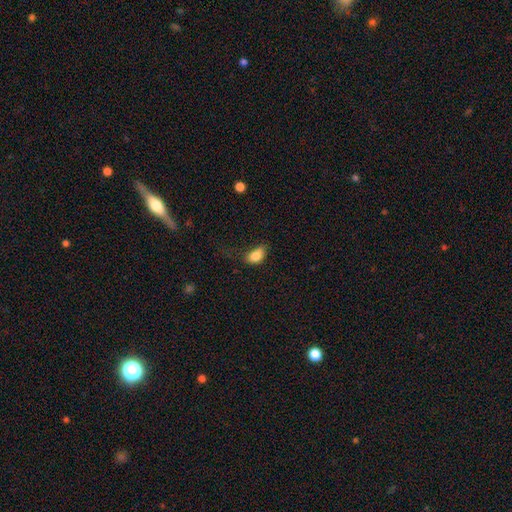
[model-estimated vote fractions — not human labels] Smooth or featured? Predicted: smooth (p=0.83). How rounded? Predicted: in between (p=0.81). Merging? Predicted: none (p=0.39).